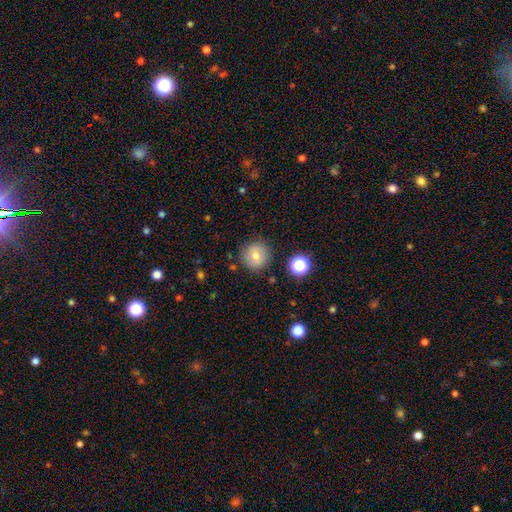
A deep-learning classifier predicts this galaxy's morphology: Smooth or featured: smooth — 71% (featured or disk — 17%)
How rounded: round — 94% (in between — 5%)
Merging: none — 86% (minor disturbance — 9%)